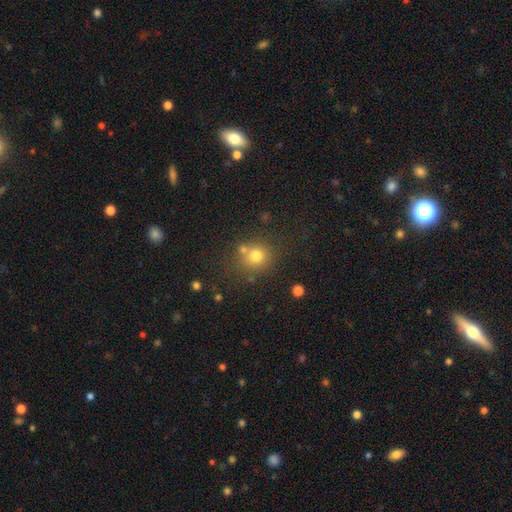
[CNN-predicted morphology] This is likely a smooth galaxy (75%). How rounded: clearly round (87%). Merging: likely none (68%).